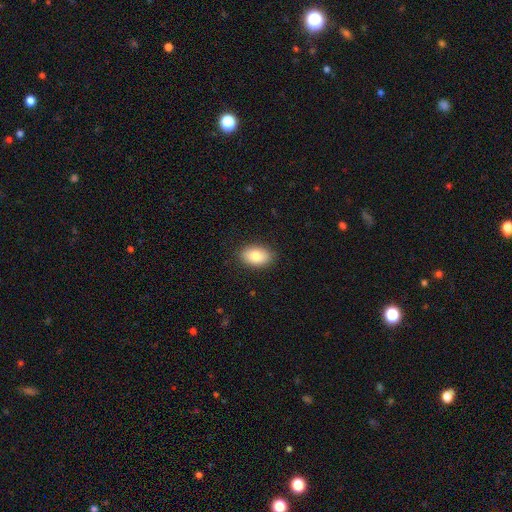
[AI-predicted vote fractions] The model was most divided on "smooth or featured": smooth: 82%, featured or disk: 11%, star or artifact: 7%. More confident: how rounded — in between (89%); merging — none (88%).